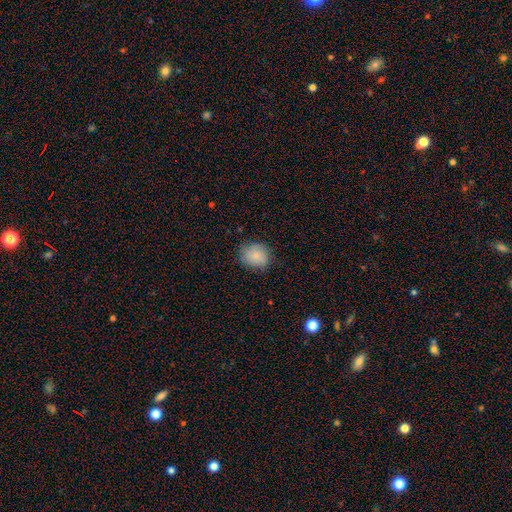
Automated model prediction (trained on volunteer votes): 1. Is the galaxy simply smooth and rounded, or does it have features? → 83% smooth, 9% featured or disk, 8% star or artifact.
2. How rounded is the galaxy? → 76% round, 23% in between, 1% cigar-shaped.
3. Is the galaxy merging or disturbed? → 80% none, 16% minor disturbance, 3% major disturbance, 1% merger.